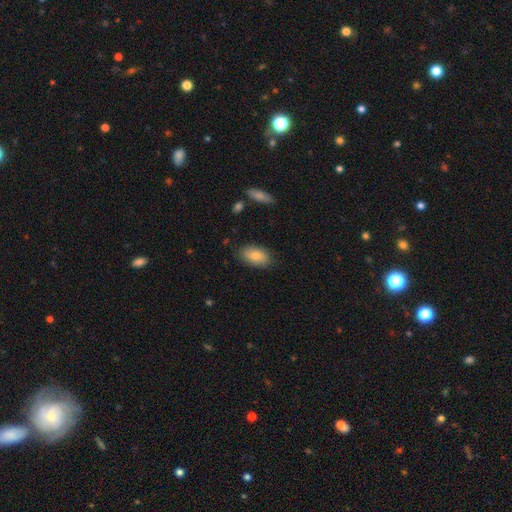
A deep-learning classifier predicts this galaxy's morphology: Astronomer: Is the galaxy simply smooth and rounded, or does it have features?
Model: smooth — 83%.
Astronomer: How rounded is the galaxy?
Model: in between — 93%.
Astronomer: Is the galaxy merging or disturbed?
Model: none — 83%.